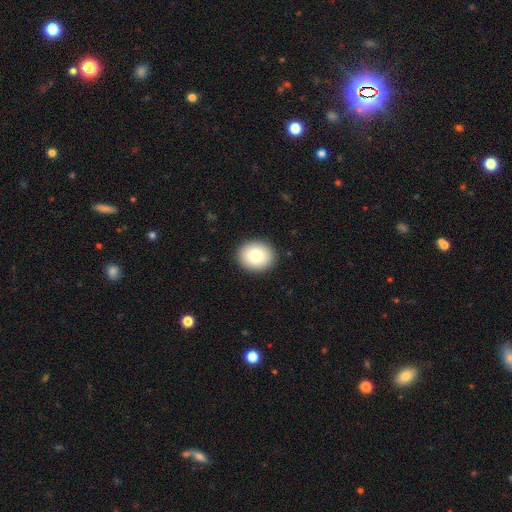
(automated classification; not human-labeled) The model was most divided on "how rounded": round: 64%, in between: 35%, cigar-shaped: 1%. More confident: merging — none (91%); smooth or featured — smooth (82%).